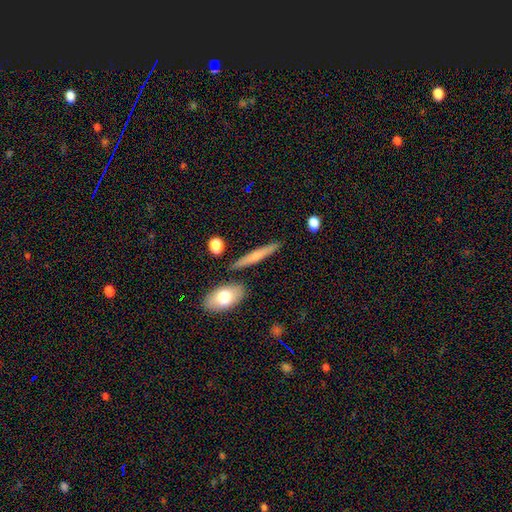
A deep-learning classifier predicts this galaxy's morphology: smooth_or_featured: smooth (p=0.53) [alt: featured or disk p=0.40]
how_rounded: cigar-shaped (p=0.85) [alt: in between p=0.11]
merging: none (p=0.85) [alt: minor disturbance p=0.08]